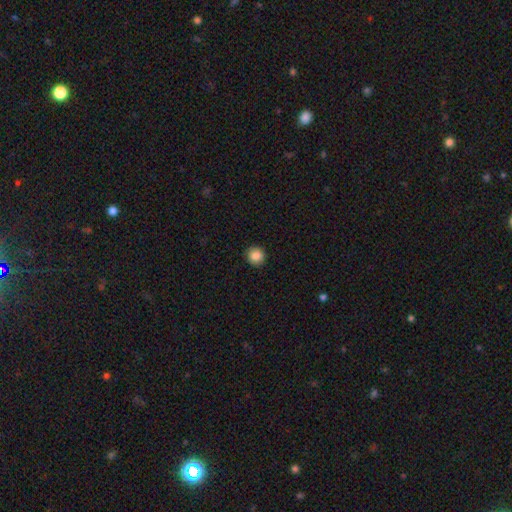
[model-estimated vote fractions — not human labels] This appears to be a smooth galaxy with no disk features (87%) that is round (92%). Merging: none (92%).